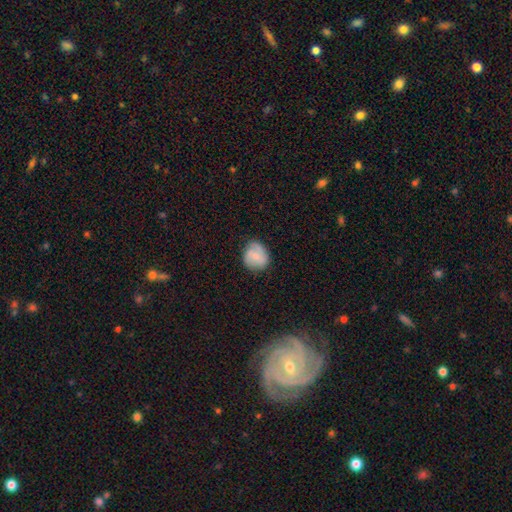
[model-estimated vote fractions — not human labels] This appears to be a smooth galaxy with no disk features (59%) that is round (75%). Merging: none (70%).